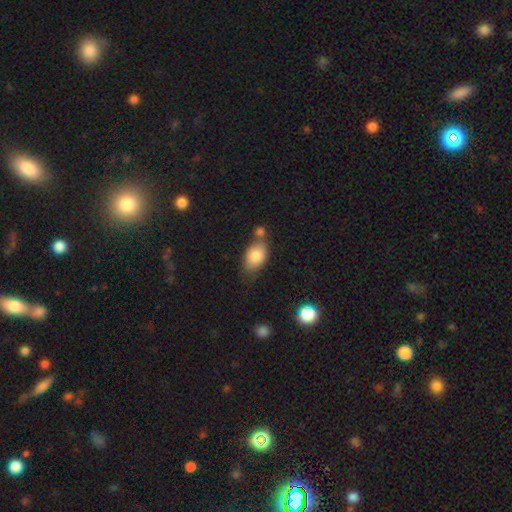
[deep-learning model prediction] smooth 83%, featured or disk 9%, star or artifact 7%. Down the decision tree: how rounded — in between (88%); merging — none (52%).